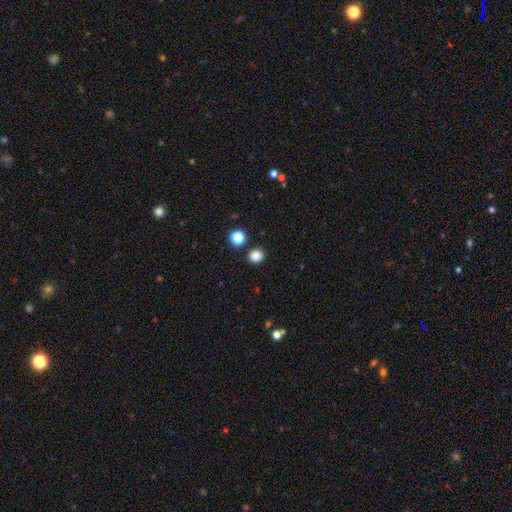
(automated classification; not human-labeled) Smooth or featured?
  - smooth: 84% *
  - star or artifact: 12%
  - featured or disk: 3%
How rounded?
  - round: 88% *
  - in between: 11%
  - cigar-shaped: 1%
Merging?
  - none: 88% *
  - minor disturbance: 6%
  - merger: 4%
  - major disturbance: 2%